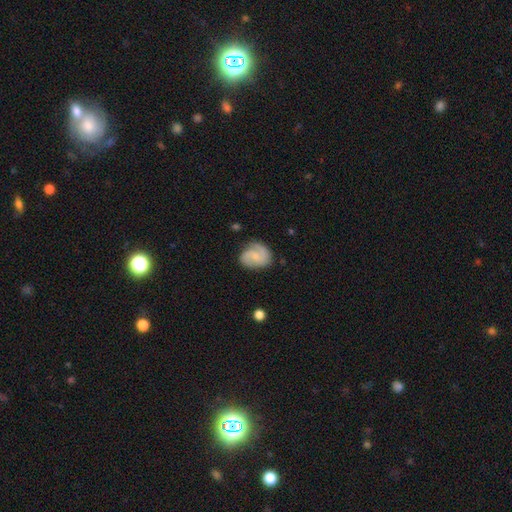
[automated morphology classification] type=featured or disk (68%); edge-on=no (98%); bar=no (48%); spiral arms=yes (94%); winding=medium (47%); arm count=2 (76%); bulge=small (45%); merging=none (71%).